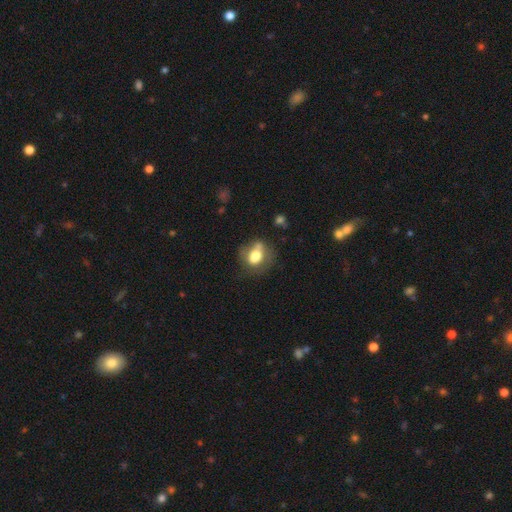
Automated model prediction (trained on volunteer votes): Smooth or featured? smooth (71%)
How rounded? round (50%)
Merging? none (45%)